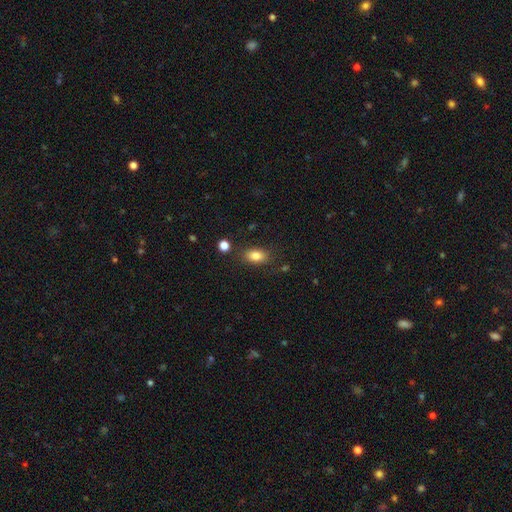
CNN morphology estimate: Smooth or featured: smooth — 82% (star or artifact — 9%)
How rounded: in between — 86% (round — 12%)
Merging: none — 80% (minor disturbance — 12%)